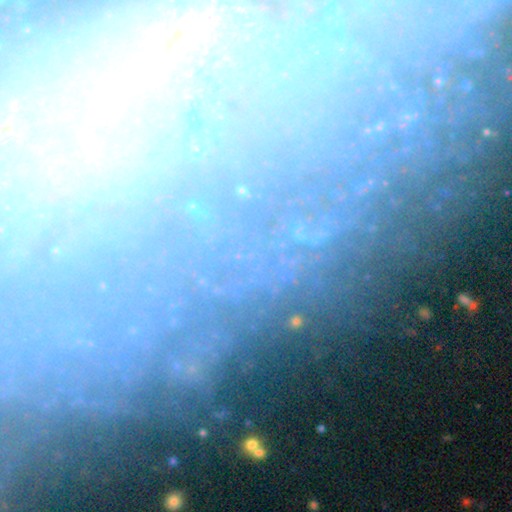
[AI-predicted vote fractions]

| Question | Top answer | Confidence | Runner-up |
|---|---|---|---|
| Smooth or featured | star or artifact | 48% | featured or disk (36%) |